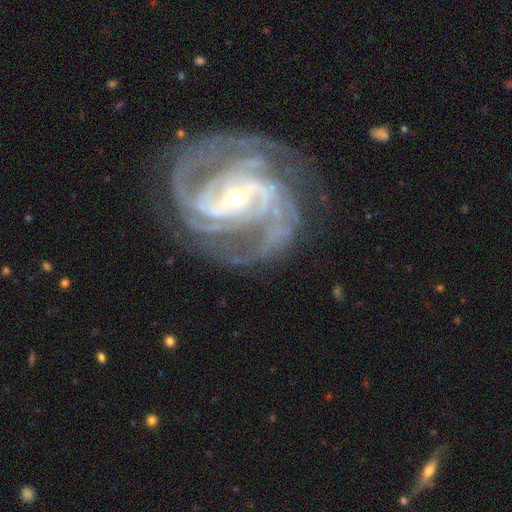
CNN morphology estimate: Q: Smooth or featured?
A: featured or disk (92%); runner-up: star or artifact (5%)
Q: Edge-on disk?
A: no (98%); runner-up: yes (2%)
Q: Bar?
A: strong (50%); runner-up: weak (34%)
Q: Spiral arms?
A: yes (98%); runner-up: no (2%)
Q: Spiral winding?
A: tight (53%); runner-up: medium (40%)
Q: Spiral arm count?
A: 2 (35%); runner-up: 3 (26%)
Q: Bulge size?
A: small (66%); runner-up: moderate (30%)
Q: Merging?
A: none (75%); runner-up: minor disturbance (15%)